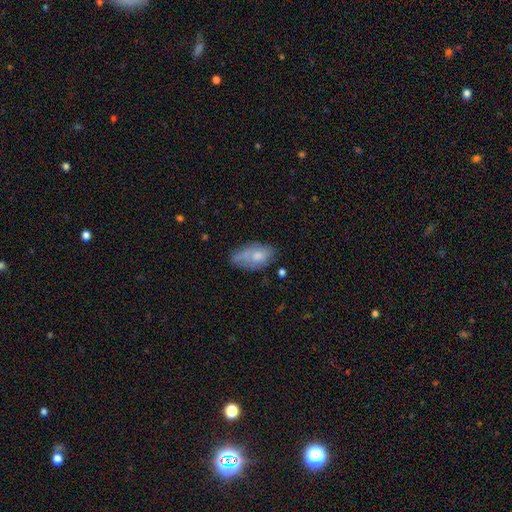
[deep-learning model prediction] A smooth galaxy with no disk features (67%) that is in between round and cigar-shaped (92%).

Vote fractions:
- Smooth or featured? smooth: 67% / featured or disk: 25% / star or artifact: 8%
- How rounded? in between: 92% / round: 6% / cigar-shaped: 3%
- Merging? none: 50% / minor disturbance: 33% / major disturbance: 12% / merger: 4%